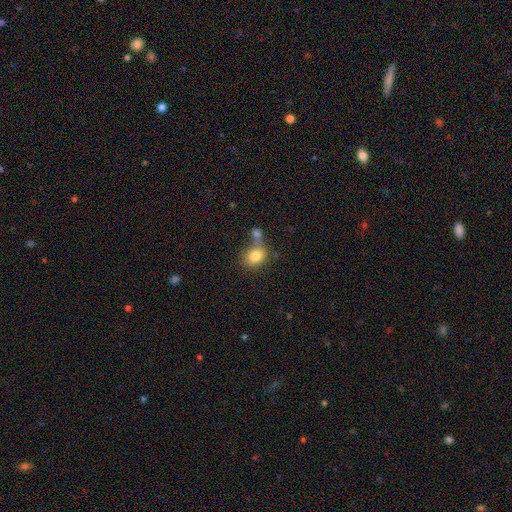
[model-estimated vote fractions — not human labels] Smooth or featured? smooth (81%)
How rounded? round (53%)
Merging? none (41%)